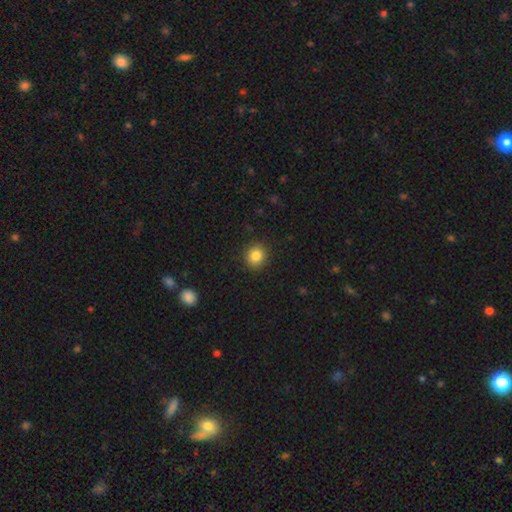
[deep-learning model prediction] The model was most divided on "how rounded": round: 84%, in between: 15%, cigar-shaped: 1%. More confident: merging — none (89%); smooth or featured — smooth (85%).